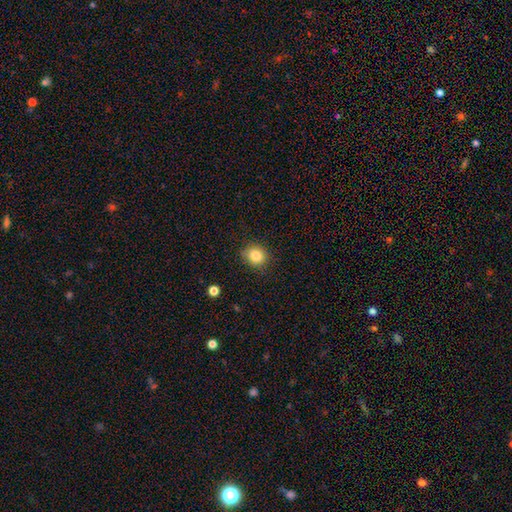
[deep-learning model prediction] The model was most divided on "how rounded": round: 79%, in between: 20%, cigar-shaped: 1%. More confident: merging — none (85%); smooth or featured — smooth (84%).